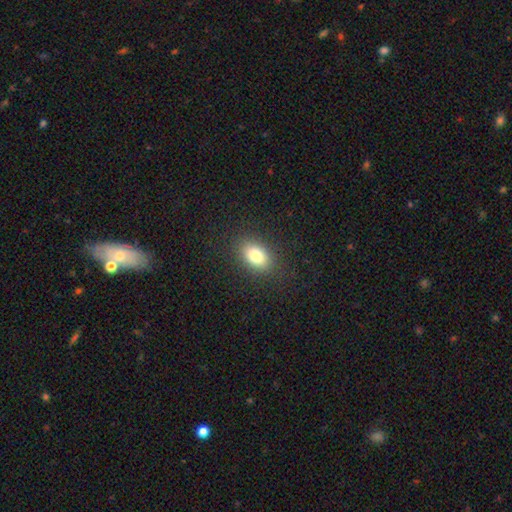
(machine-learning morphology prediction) Smooth or featured?
  - smooth: 82% *
  - star or artifact: 9%
  - featured or disk: 9%
How rounded?
  - in between: 86% *
  - round: 12%
  - cigar-shaped: 2%
Merging?
  - none: 87% *
  - minor disturbance: 9%
  - major disturbance: 3%
  - merger: 1%